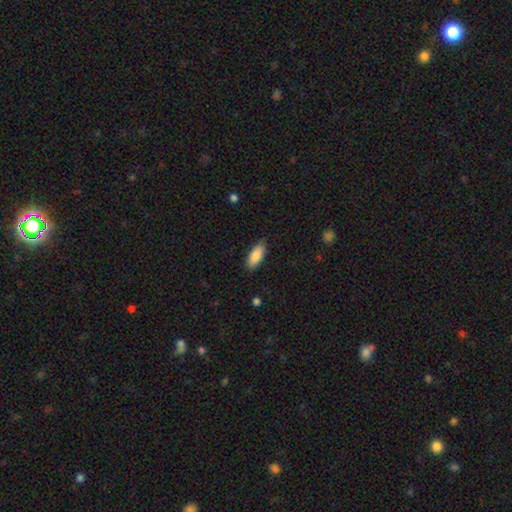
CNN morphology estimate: Smooth or featured? smooth (86%)
How rounded? in between (80%)
Merging? none (83%)